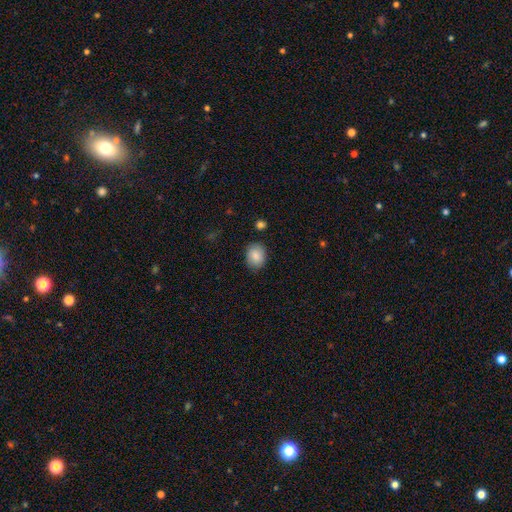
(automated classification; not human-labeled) smooth 85%, featured or disk 7%, star or artifact 7%. Down the decision tree: how rounded — in between (54%); merging — none (83%).